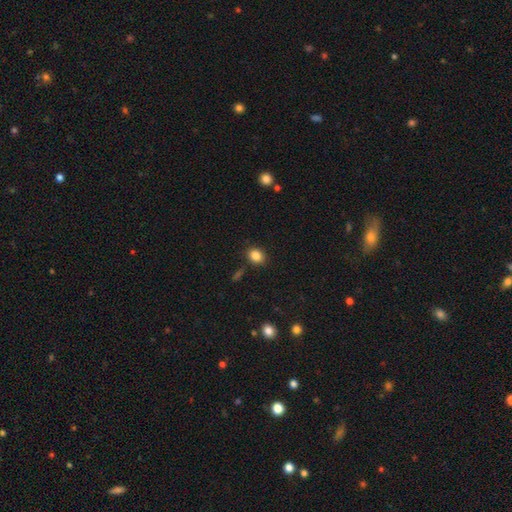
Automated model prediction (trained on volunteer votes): Smooth or featured? Predicted: smooth (p=0.85). How rounded? Predicted: in between (p=0.53). Merging? Predicted: none (p=0.85).